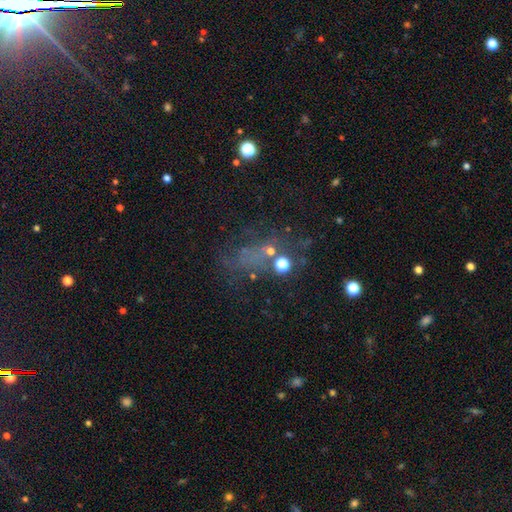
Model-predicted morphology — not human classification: Smooth or featured: star or artifact — 42% (smooth — 32%)